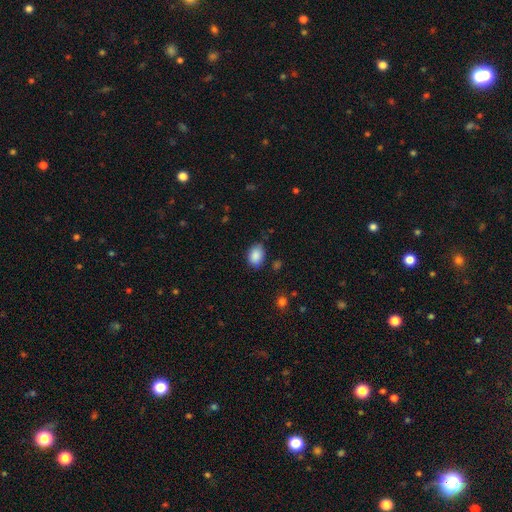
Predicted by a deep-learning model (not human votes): Smooth or featured?
  - smooth: 88% *
  - star or artifact: 8%
  - featured or disk: 4%
How rounded?
  - in between: 73% *
  - round: 26%
  - cigar-shaped: 1%
Merging?
  - none: 77% *
  - minor disturbance: 18%
  - major disturbance: 4%
  - merger: 2%